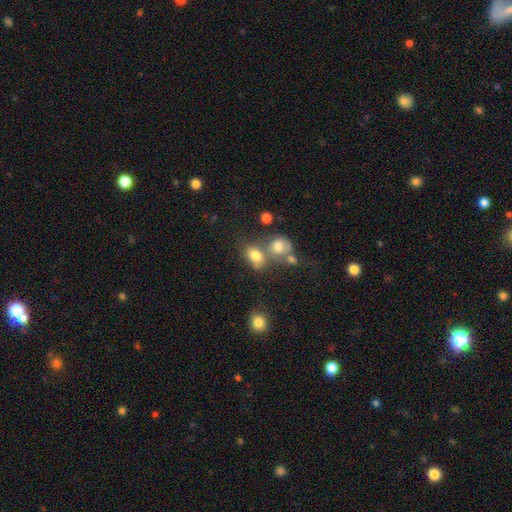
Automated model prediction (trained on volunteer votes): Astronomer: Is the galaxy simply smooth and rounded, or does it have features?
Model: smooth — 76%.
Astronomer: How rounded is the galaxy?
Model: in between — 74%.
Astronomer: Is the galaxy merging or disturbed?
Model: none — 42% (runner-up: merger, 38%).